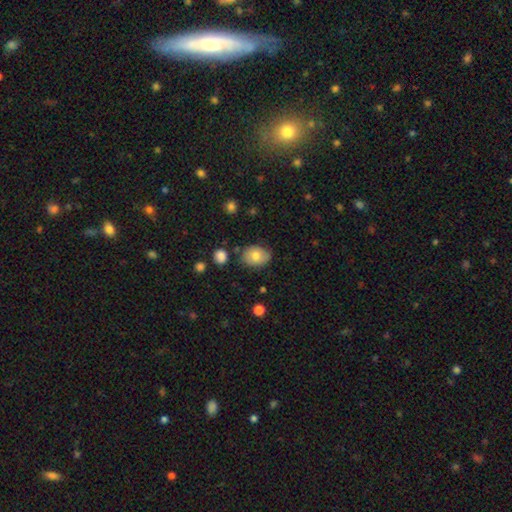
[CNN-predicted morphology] Q: Smooth or featured?
A: smooth (72%); runner-up: featured or disk (20%)
Q: How rounded?
A: in between (61%); runner-up: round (38%)
Q: Merging?
A: none (69%); runner-up: minor disturbance (24%)